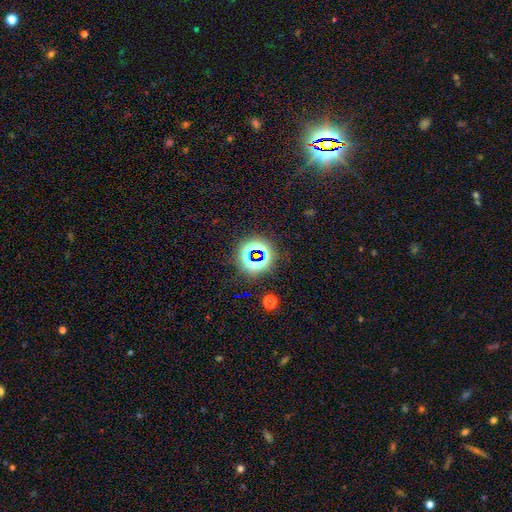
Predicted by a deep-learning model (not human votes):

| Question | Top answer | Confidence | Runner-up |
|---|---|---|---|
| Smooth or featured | star or artifact | 71% | smooth (19%) |